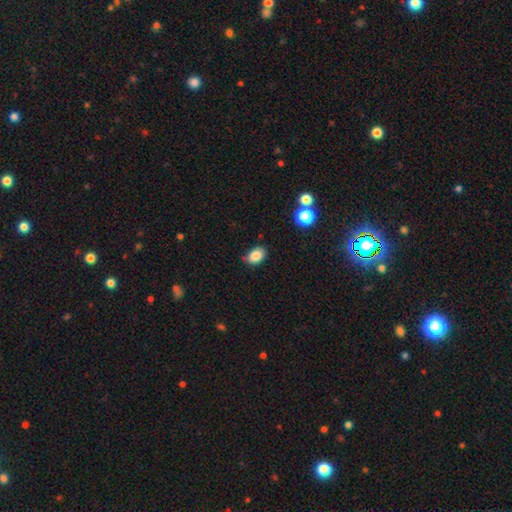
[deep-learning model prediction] This appears to be a smooth galaxy with no disk features (86%) that is in between round and cigar-shaped (81%). Merging: none (74%).